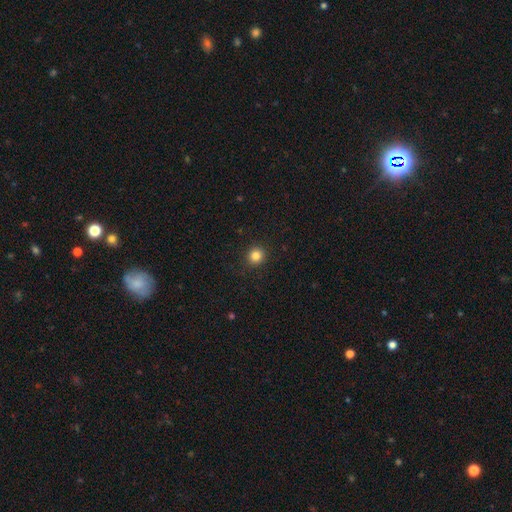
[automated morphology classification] type=smooth (84%); roundness=round (91%); merging=none (92%).